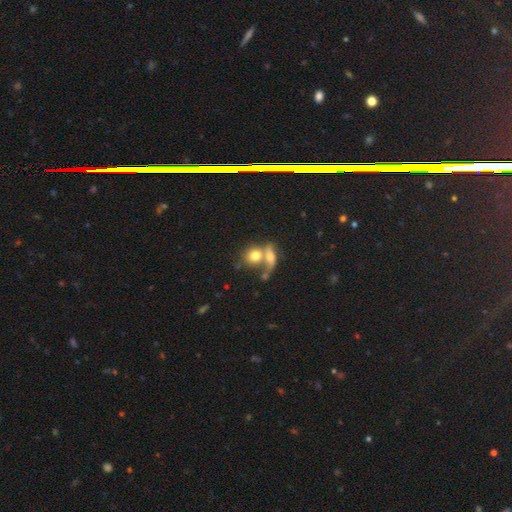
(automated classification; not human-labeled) Smooth or featured? Predicted: smooth (p=0.72). How rounded? Predicted: round (p=0.63). Merging? Predicted: merger (p=0.55).